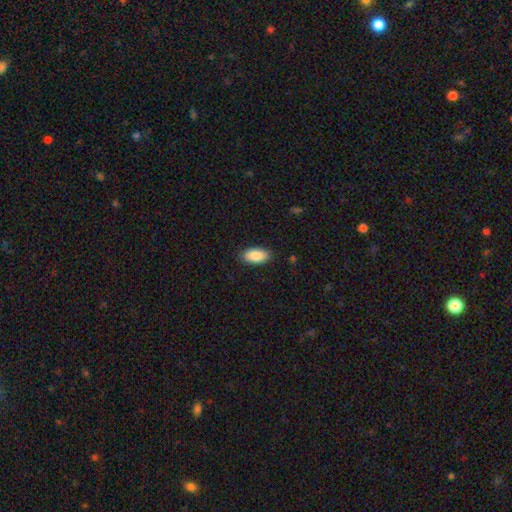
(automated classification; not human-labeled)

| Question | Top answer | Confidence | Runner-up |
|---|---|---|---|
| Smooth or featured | smooth | 88% | star or artifact (6%) |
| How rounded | in between | 93% | cigar-shaped (5%) |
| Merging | none | 87% | minor disturbance (10%) |